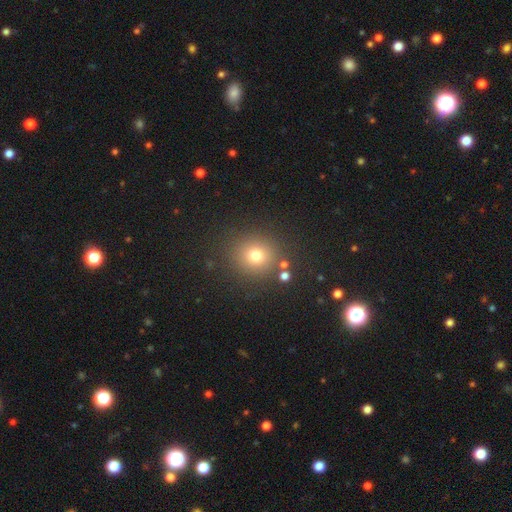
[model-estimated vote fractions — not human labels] Morphology: type=smooth (74%); roundness=round (89%); merging=none (85%).